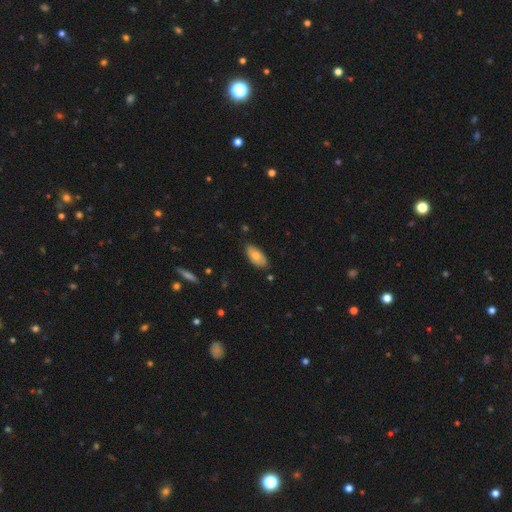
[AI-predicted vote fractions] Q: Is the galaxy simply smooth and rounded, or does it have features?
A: smooth — 69%.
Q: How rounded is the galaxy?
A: in between — 91%.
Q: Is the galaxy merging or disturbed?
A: none — 79%.